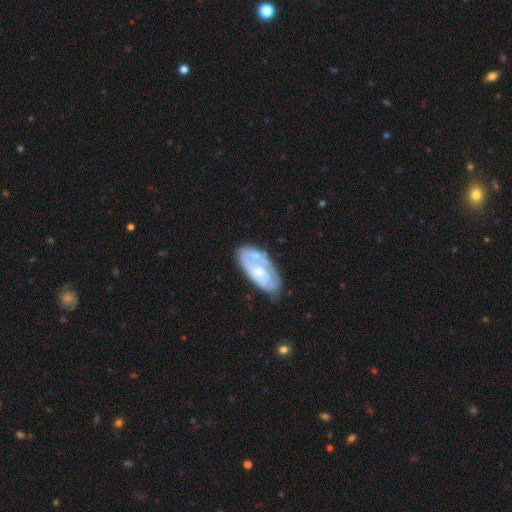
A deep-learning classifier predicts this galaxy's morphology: smooth-or-featured: featured or disk: 67% | smooth: 27% | star or artifact: 5%
  disk-edge-on: no: 94% | yes: 6%
    bar: no: 66% | weak: 28% | strong: 6%
    has-spiral-arms: yes: 75% | no: 25%
    bulge-size: small: 48% | moderate: 38% | none: 8% | large: 4% | dominant: 1%
  merging: none: 52% | minor disturbance: 25% | major disturbance: 12% | merger: 11%